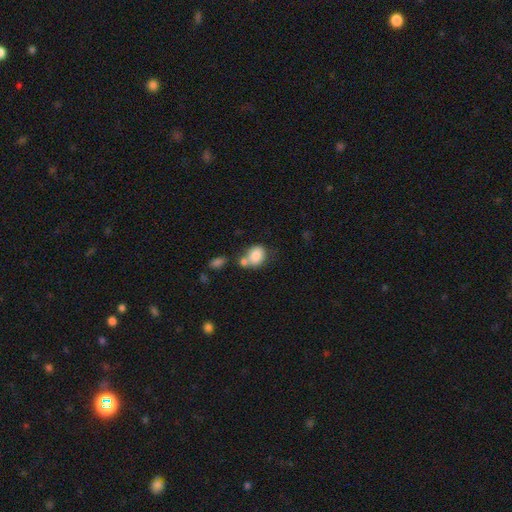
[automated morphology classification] Q: Smooth or featured?
A: smooth (83%); runner-up: featured or disk (9%)
Q: How rounded?
A: in between (57%); runner-up: round (42%)
Q: Merging?
A: none (45%); runner-up: merger (35%)